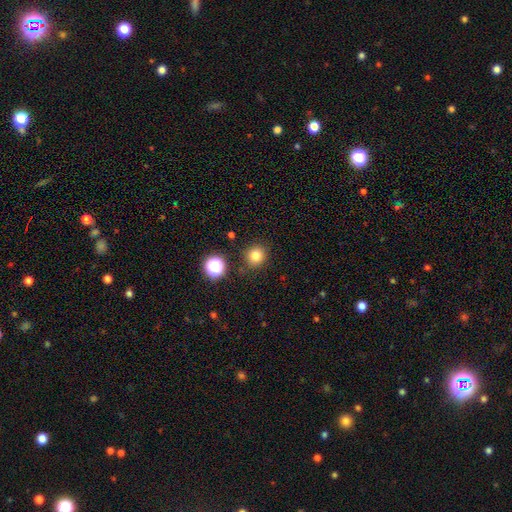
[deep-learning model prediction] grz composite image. It shows a smooth galaxy with no disk features (80%) that is round (87%). Merging: none (85%).